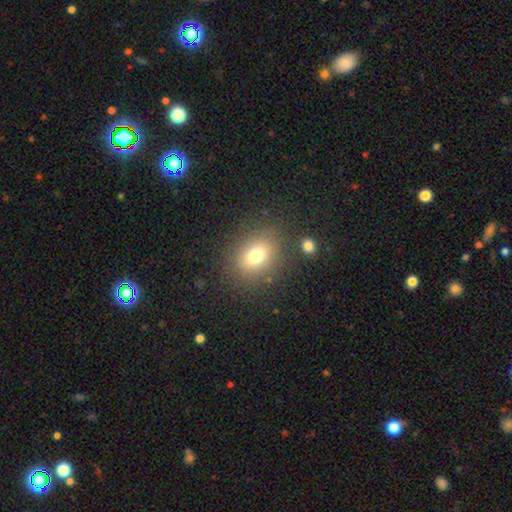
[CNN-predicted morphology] The model was most divided on "how rounded": in between: 53%, round: 46%, cigar-shaped: 1%. More confident: merging — none (82%); smooth or featured — smooth (74%).